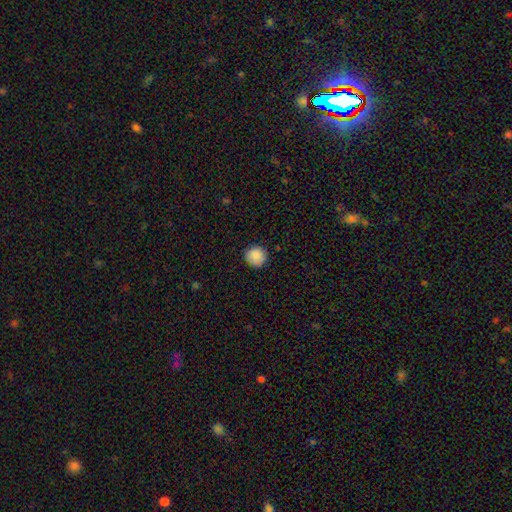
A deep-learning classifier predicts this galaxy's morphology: type=smooth (88%); roundness=round (94%); merging=none (88%).